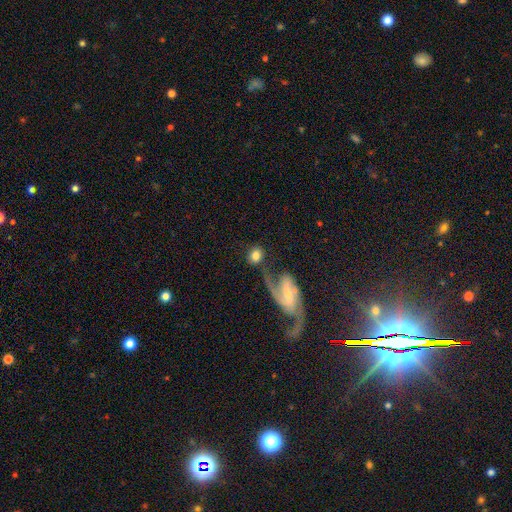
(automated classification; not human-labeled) A smooth galaxy with no disk features (70%) that is round (66%).

Vote fractions:
- Smooth or featured? smooth: 70% / featured or disk: 23% / star or artifact: 7%
- How rounded? round: 66% / in between: 32% / cigar-shaped: 2%
- Merging? none: 57% / merger: 20% / minor disturbance: 13% / major disturbance: 10%